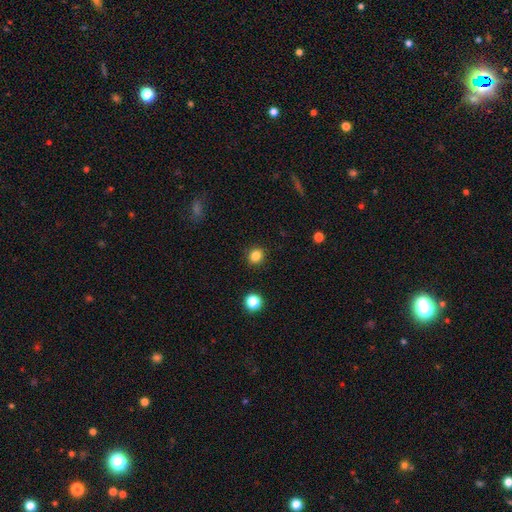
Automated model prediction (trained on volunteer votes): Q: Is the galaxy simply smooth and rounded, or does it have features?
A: smooth — 84%.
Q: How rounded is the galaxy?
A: round — 82%.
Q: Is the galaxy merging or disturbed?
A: none — 90%.